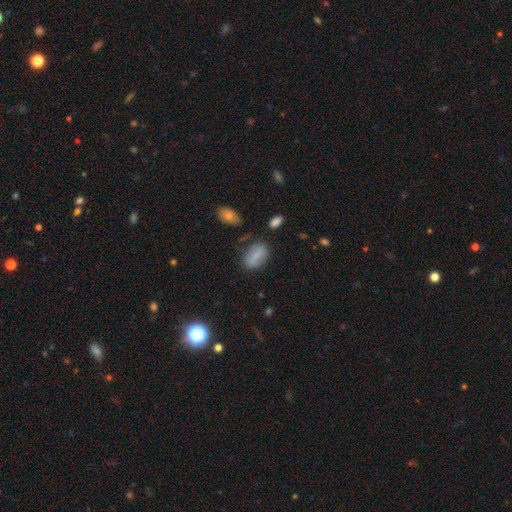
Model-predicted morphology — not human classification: Smooth or featured? Predicted: smooth (p=0.75). How rounded? Predicted: in between (p=0.86). Merging? Predicted: none (p=0.72).